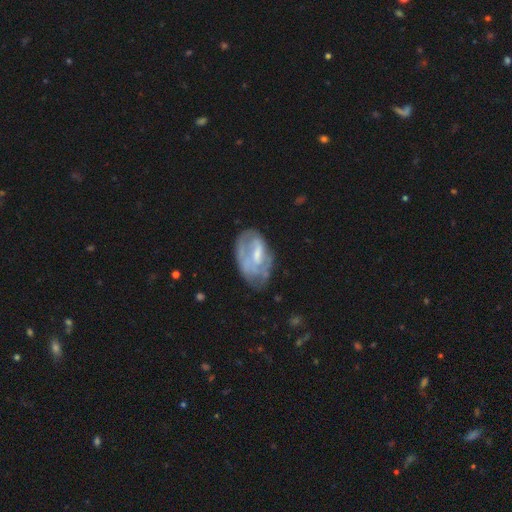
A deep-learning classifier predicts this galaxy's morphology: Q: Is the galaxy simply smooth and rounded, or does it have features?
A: featured or disk — 61%.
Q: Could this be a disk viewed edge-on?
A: no — 95%.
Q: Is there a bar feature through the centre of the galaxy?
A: weak — 44%.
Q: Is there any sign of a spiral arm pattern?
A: no — 54%.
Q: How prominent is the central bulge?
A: moderate — 40%.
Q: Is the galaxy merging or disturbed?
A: none — 45%.